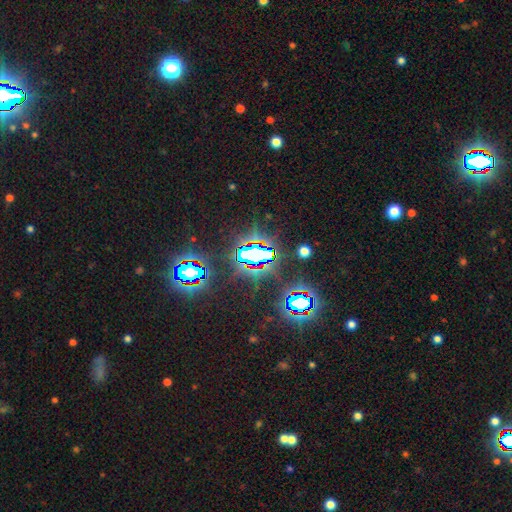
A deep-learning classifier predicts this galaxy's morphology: smooth-or-featured: star or artifact: 73% | smooth: 15% | featured or disk: 13%